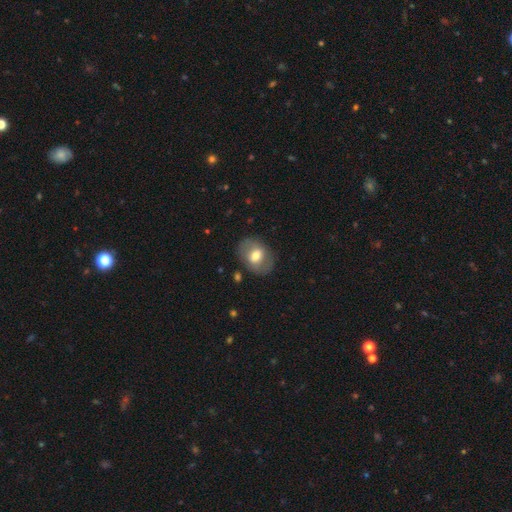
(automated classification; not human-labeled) Q: Smooth or featured?
A: smooth (61%); runner-up: featured or disk (32%)
Q: How rounded?
A: in between (63%); runner-up: round (36%)
Q: Merging?
A: none (80%); runner-up: minor disturbance (13%)